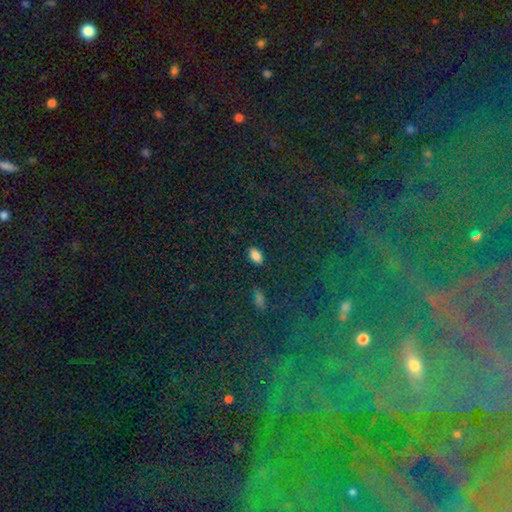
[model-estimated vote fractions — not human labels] This appears to be a smooth galaxy with no disk features (83%) that is in between round and cigar-shaped (91%). Merging: none (85%).